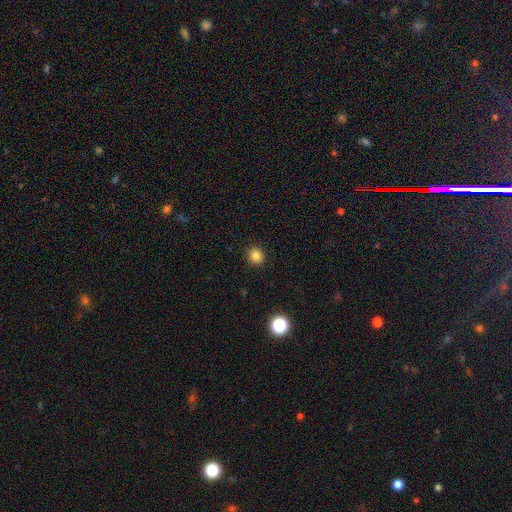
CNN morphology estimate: smooth_or_featured: smooth (p=0.84) [alt: star or artifact p=0.12]
how_rounded: round (p=0.90) [alt: in between p=0.09]
merging: none (p=0.92) [alt: minor disturbance p=0.05]